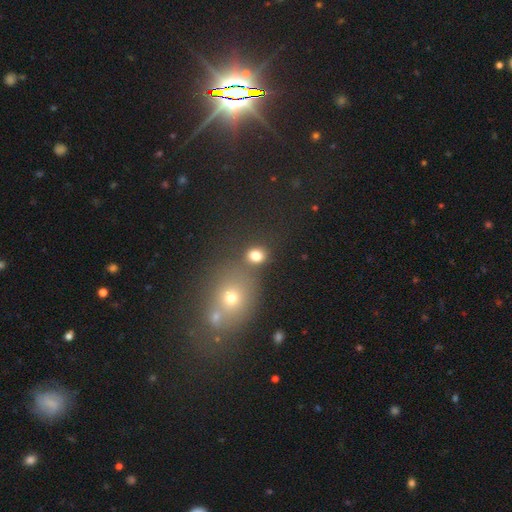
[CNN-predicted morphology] Q: Smooth or featured?
A: smooth (78%); runner-up: star or artifact (15%)
Q: How rounded?
A: round (62%); runner-up: in between (37%)
Q: Merging?
A: none (69%); runner-up: merger (16%)